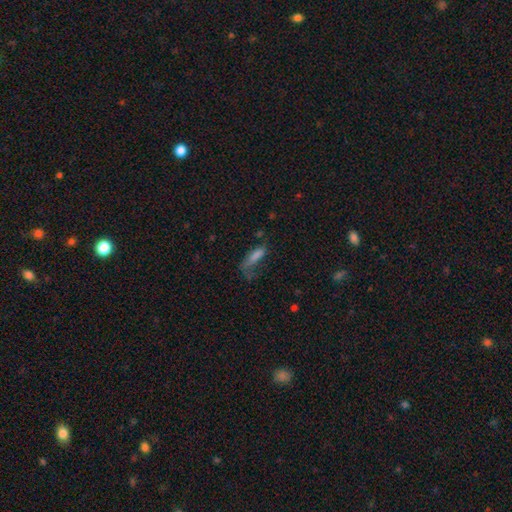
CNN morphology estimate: A smooth galaxy with no disk features (67%) that is cigar-shaped (55%).

Vote fractions:
- Smooth or featured? smooth: 67% / featured or disk: 19% / star or artifact: 14%
- How rounded? cigar-shaped: 55% / in between: 42% / round: 3%
- Merging? major disturbance: 38% / none: 33% / minor disturbance: 24% / merger: 5%